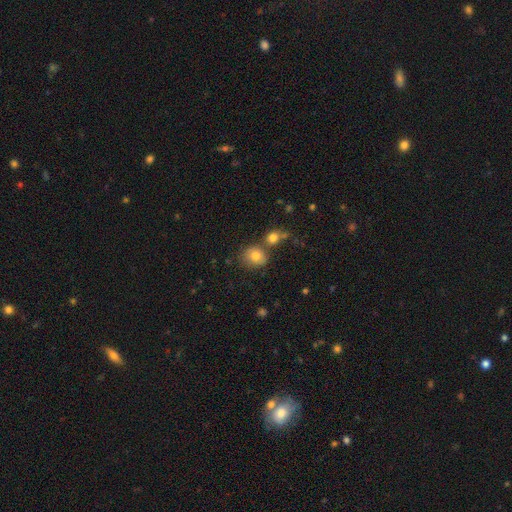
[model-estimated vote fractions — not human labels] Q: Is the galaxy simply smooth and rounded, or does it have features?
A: smooth — 78%.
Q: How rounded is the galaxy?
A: round — 74%.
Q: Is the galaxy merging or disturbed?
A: none — 63%.